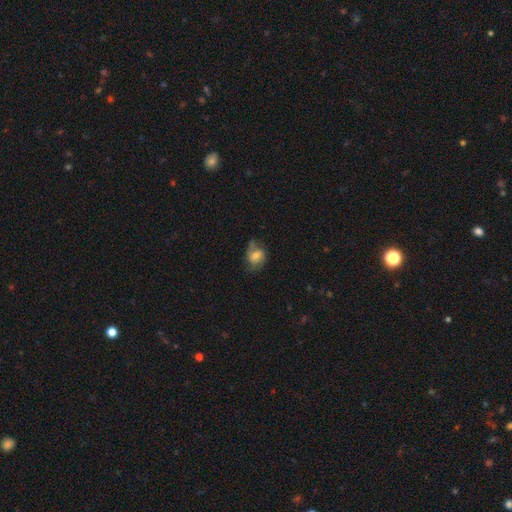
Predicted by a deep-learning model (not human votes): Q: Smooth or featured?
A: smooth (48%); runner-up: featured or disk (43%)
Q: Merging?
A: none (53%); runner-up: minor disturbance (28%)